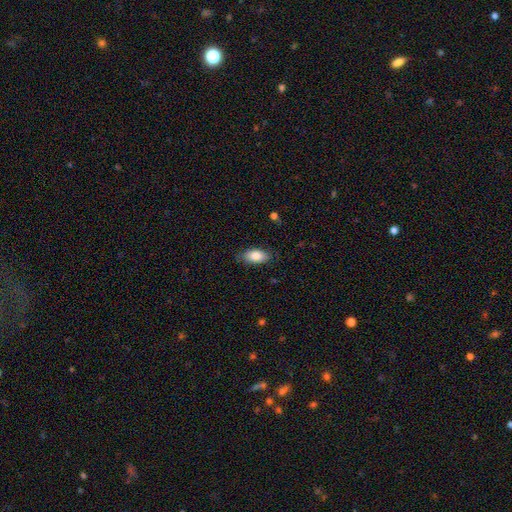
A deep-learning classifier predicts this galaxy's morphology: The model was most divided on "merging": none: 81%, minor disturbance: 14%, major disturbance: 3%, merger: 1%. More confident: how rounded — in between (91%); smooth or featured — smooth (84%).